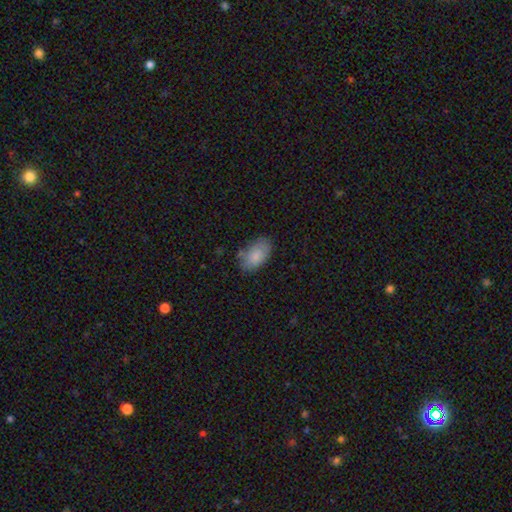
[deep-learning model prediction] Q: Smooth or featured?
A: smooth (85%); runner-up: featured or disk (8%)
Q: How rounded?
A: in between (94%); runner-up: round (4%)
Q: Merging?
A: none (73%); runner-up: minor disturbance (20%)